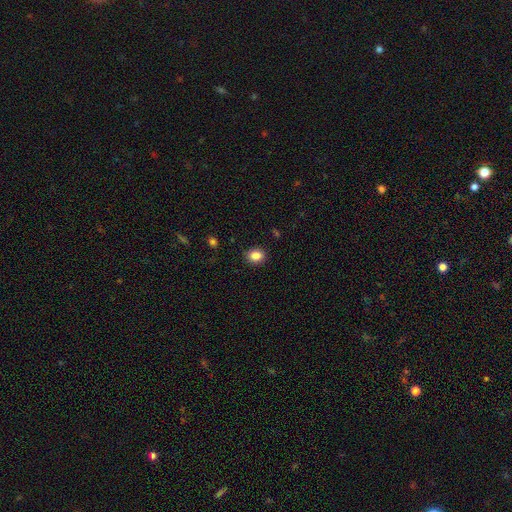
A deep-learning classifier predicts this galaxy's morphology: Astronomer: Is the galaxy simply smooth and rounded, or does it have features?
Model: smooth — 87%.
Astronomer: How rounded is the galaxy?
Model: in between — 53% (runner-up: round, 46%).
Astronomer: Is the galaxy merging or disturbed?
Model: none — 89%.